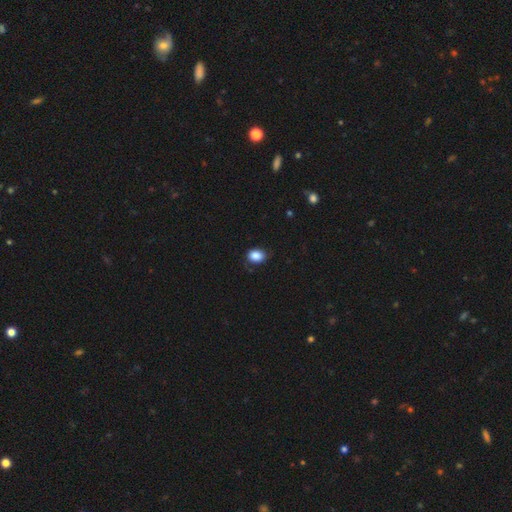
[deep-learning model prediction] A smooth galaxy with no disk features (87%) that is in between round and cigar-shaped (62%).

Vote fractions:
- Smooth or featured? smooth: 87% / star or artifact: 9% / featured or disk: 5%
- How rounded? in between: 62% / round: 37% / cigar-shaped: 1%
- Merging? none: 75% / minor disturbance: 20% / major disturbance: 4% / merger: 1%